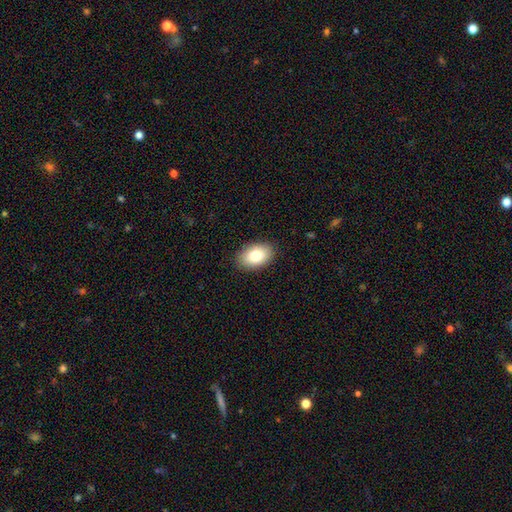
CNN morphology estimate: A smooth galaxy with no disk features (80%) that is in between round and cigar-shaped (91%).

Vote fractions:
- Smooth or featured? smooth: 80% / featured or disk: 12% / star or artifact: 8%
- How rounded? in between: 91% / round: 8% / cigar-shaped: 1%
- Merging? none: 88% / minor disturbance: 9% / major disturbance: 2% / merger: 1%